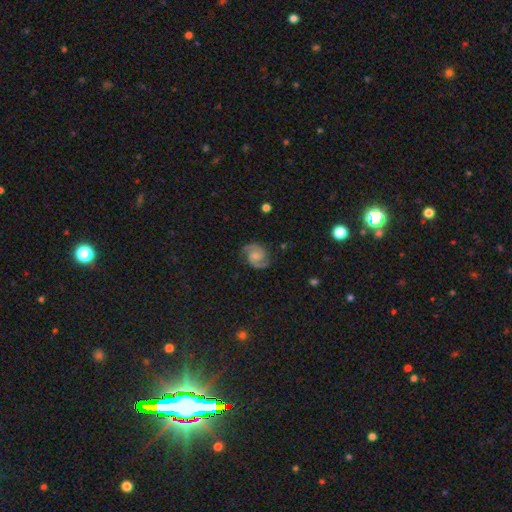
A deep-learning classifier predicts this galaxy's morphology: Smooth or featured: featured or disk — 88% (smooth — 6%)
Edge-on disk: no — 98% (yes — 2%)
Bar: no — 58% (weak — 36%)
Spiral arms: yes — 98% (no — 2%)
Spiral winding: medium — 56% (tight — 33%)
Spiral arm count: 2 — 94% (can't tell — 2%)
Bulge size: small — 45% (moderate — 37%)
Merging: none — 83% (minor disturbance — 13%)